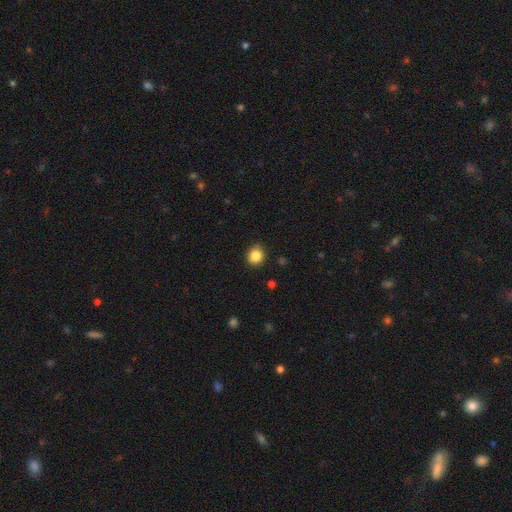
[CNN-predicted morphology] smooth-or-featured: smooth: 86% | star or artifact: 10% | featured or disk: 4%
  how-rounded: round: 85% | in between: 14% | cigar-shaped: 1%
  merging: none: 89% | minor disturbance: 8% | major disturbance: 2% | merger: 1%